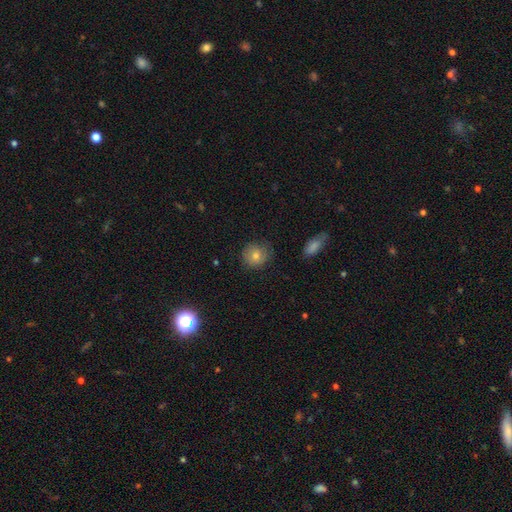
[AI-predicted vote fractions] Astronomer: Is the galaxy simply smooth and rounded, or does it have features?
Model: smooth — 68%.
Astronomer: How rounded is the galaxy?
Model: round — 87%.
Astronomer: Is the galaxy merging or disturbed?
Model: none — 81%.